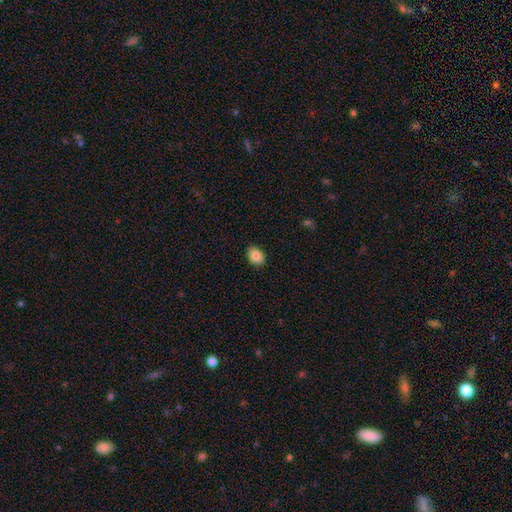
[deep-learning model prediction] A smooth galaxy with no disk features (86%) that is in between round and cigar-shaped (72%). Merging: none (88%).